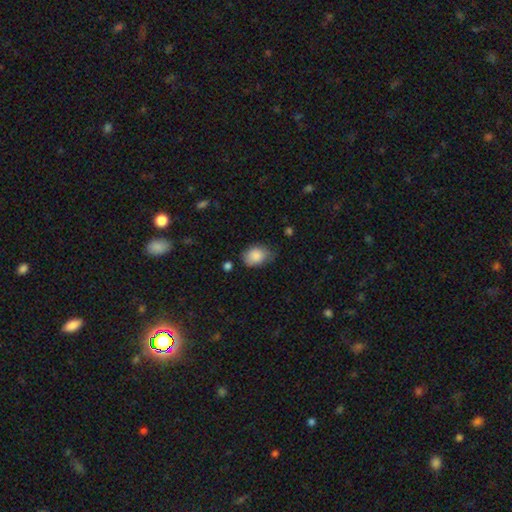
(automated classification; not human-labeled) This appears to be a smooth galaxy with no disk features (87%) that is in between round and cigar-shaped (74%). Merging: none (57%).